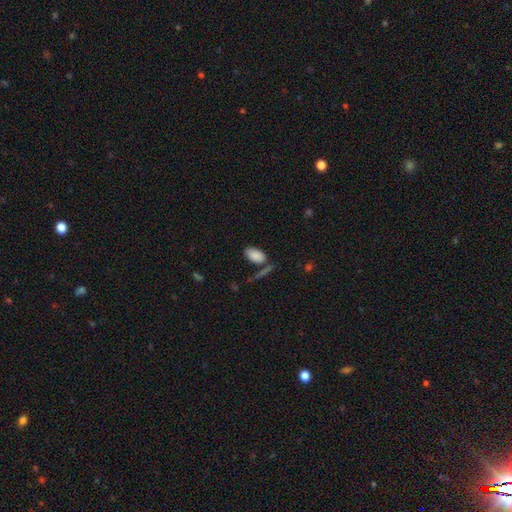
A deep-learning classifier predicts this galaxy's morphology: Smooth or featured? smooth (86%)
How rounded? in between (94%)
Merging? none (66%)